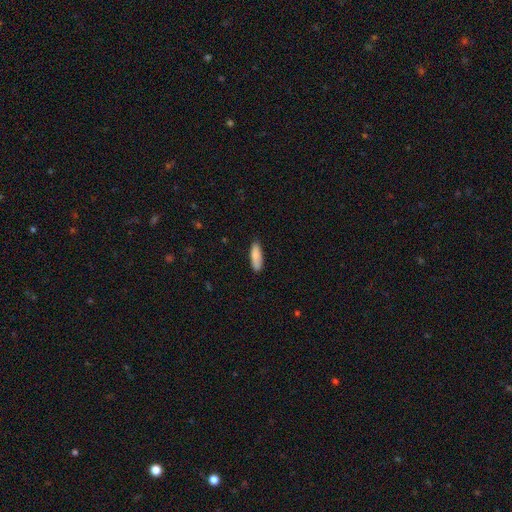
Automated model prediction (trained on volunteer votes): smooth-or-featured: smooth: 86% | featured or disk: 8% | star or artifact: 6%
  how-rounded: in between: 51% | cigar-shaped: 47% | round: 2%
  merging: none: 83% | minor disturbance: 14% | major disturbance: 2% | merger: 1%